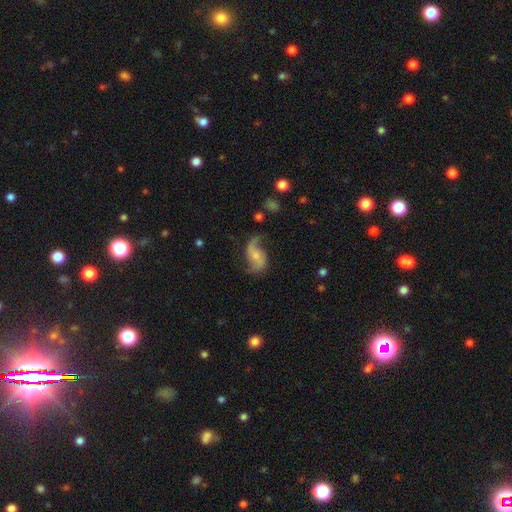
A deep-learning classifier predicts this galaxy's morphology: Q: Smooth or featured?
A: featured or disk (77%); runner-up: smooth (16%)
Q: Edge-on disk?
A: no (97%); runner-up: yes (3%)
Q: Bar?
A: no (49%); runner-up: weak (40%)
Q: Spiral arms?
A: yes (93%); runner-up: no (7%)
Q: Spiral winding?
A: loose (77%); runner-up: medium (18%)
Q: Spiral arm count?
A: 2 (87%); runner-up: 1 (7%)
Q: Bulge size?
A: small (43%); runner-up: moderate (30%)
Q: Merging?
A: none (58%); runner-up: minor disturbance (22%)